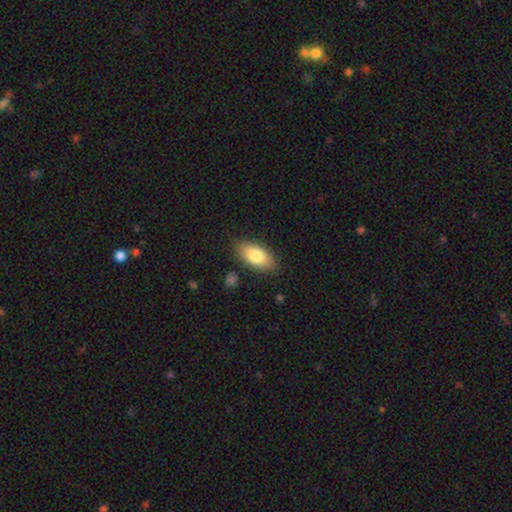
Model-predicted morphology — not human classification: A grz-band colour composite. It shows a smooth galaxy with no disk features (80%) that is in between round and cigar-shaped (91%). Merging: none (83%).